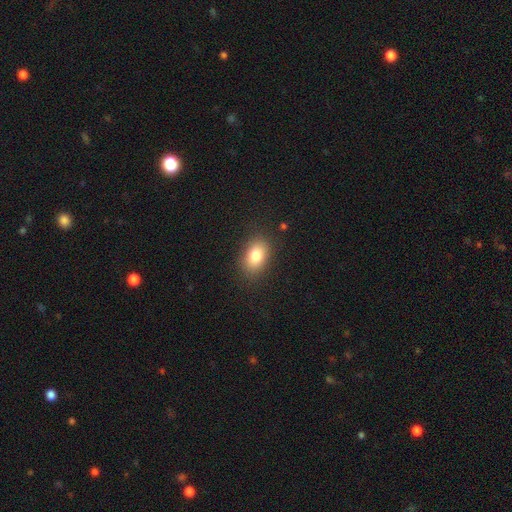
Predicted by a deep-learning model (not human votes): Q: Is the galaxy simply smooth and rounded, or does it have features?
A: smooth — 81%.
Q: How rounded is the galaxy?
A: in between — 82%.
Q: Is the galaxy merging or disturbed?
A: none — 86%.